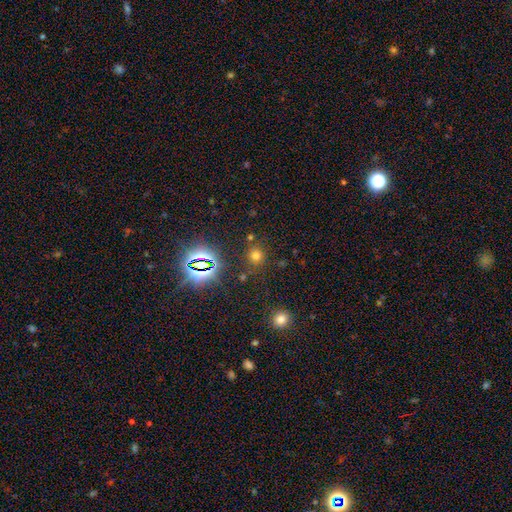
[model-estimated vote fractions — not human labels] Morphology: type=smooth (63%); roundness=round (89%); merging=none (82%).